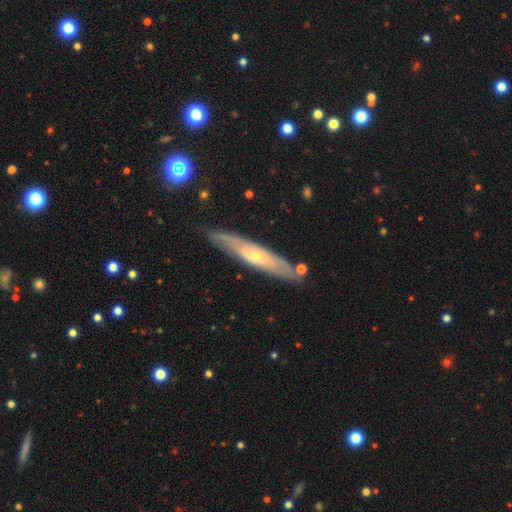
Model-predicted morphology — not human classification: smooth-or-featured: featured or disk: 58% | smooth: 35% | star or artifact: 6%
  disk-edge-on: yes: 70% | no: 30%
  merging: none: 82% | minor disturbance: 13% | merger: 3% | major disturbance: 2%